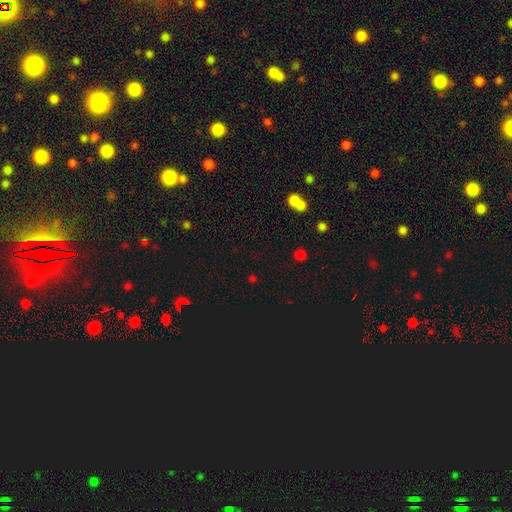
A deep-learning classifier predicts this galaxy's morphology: Overall: star or artifact (48%; smooth 43%).